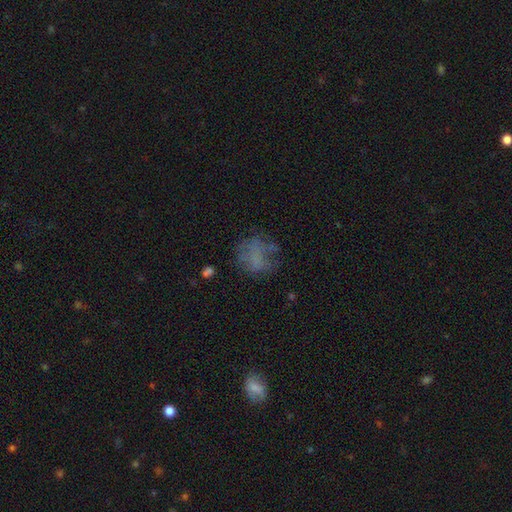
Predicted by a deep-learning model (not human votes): Overall: smooth (49%; featured or disk 32%). Merging: none (50%; major disturbance 25%).